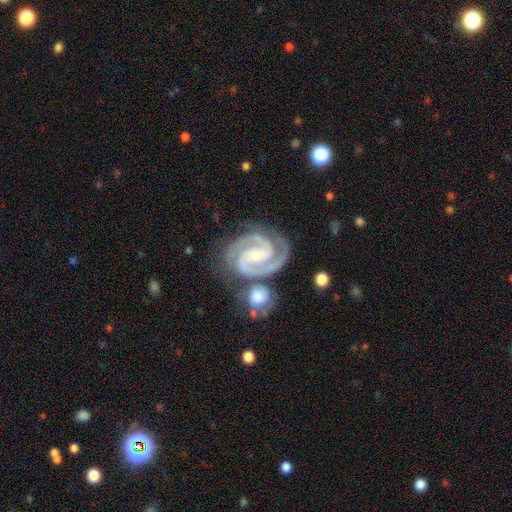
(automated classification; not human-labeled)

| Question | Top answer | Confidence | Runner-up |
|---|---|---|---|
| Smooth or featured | featured or disk | 93% | star or artifact (4%) |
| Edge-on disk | no | 98% | yes (2%) |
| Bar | weak | 37% | no (32%) |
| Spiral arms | yes | 99% | no (1%) |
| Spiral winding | tight | 64% | medium (33%) |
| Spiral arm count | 2 | 85% | 3 (9%) |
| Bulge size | small | 71% | moderate (24%) |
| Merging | none | 70% | minor disturbance (14%) |